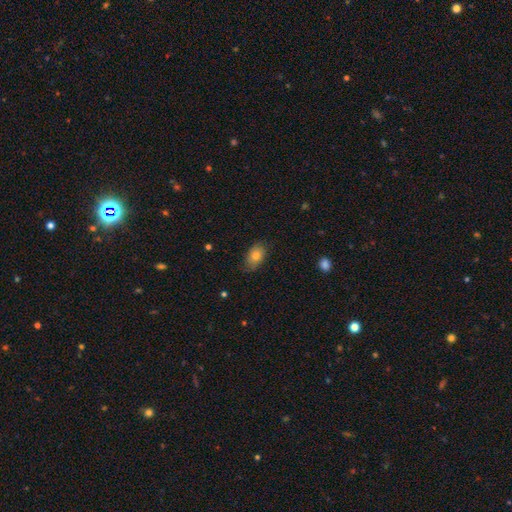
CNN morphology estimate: Smooth or featured? Predicted: smooth (p=0.76). How rounded? Predicted: in between (p=0.85). Merging? Predicted: none (p=0.73).